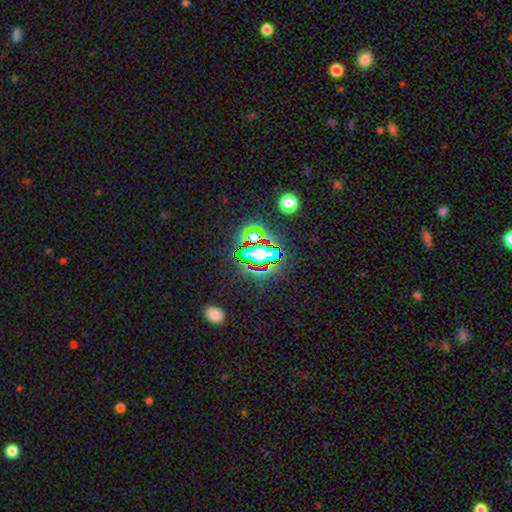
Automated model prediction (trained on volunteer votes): Overall: star or artifact (68%).